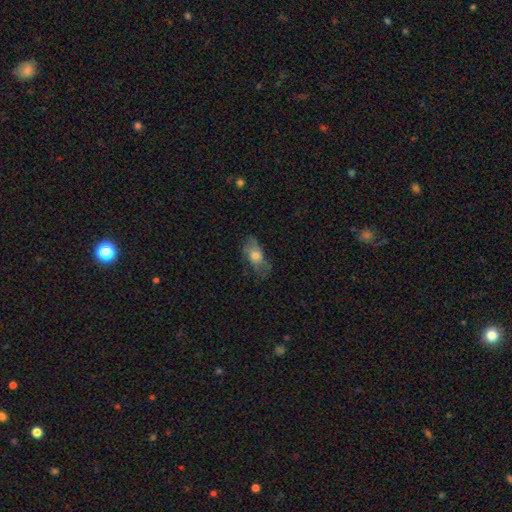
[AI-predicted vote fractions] Q: Smooth or featured?
A: smooth (65%); runner-up: featured or disk (27%)
Q: How rounded?
A: in between (85%); runner-up: cigar-shaped (9%)
Q: Merging?
A: none (55%); runner-up: minor disturbance (28%)